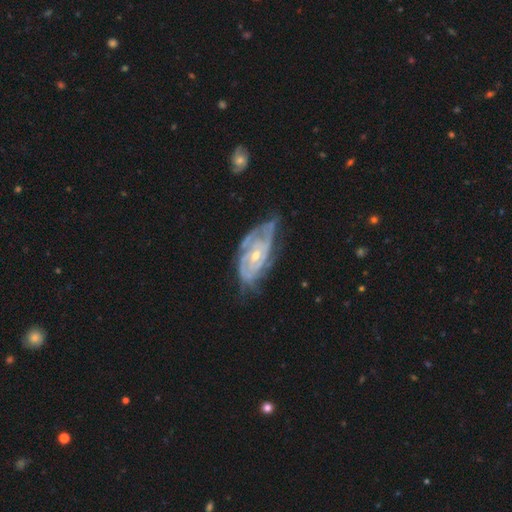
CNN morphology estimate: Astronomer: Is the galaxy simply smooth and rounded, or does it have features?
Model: featured or disk — 85%.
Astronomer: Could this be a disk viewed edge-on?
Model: no — 94%.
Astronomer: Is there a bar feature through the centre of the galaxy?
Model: no — 65%.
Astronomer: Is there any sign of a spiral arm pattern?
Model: yes — 92%.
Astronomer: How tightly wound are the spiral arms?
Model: tight — 64%.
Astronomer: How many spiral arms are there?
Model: can't tell — 34% (runner-up: 2, 31%).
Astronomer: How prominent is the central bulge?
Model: small — 58% (runner-up: moderate, 39%).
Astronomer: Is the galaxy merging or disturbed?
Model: none — 51% (runner-up: minor disturbance, 31%).